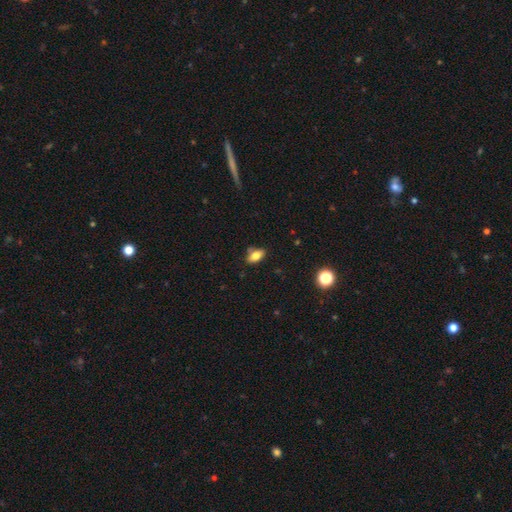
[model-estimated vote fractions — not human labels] A smooth galaxy with no disk features (78%) that is in between round and cigar-shaped (89%). Merging: none (78%).